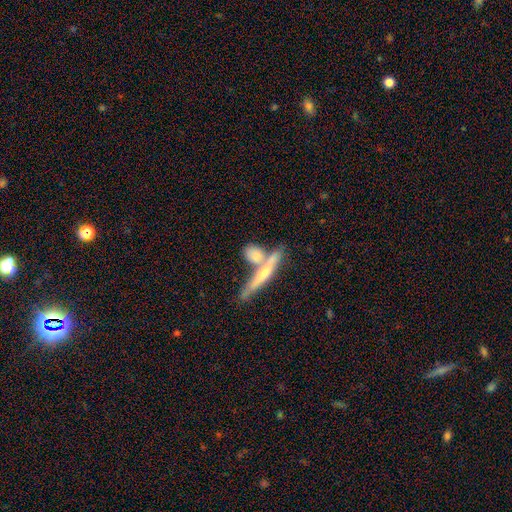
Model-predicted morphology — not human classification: This appears to be a smooth galaxy with no disk features (58%) that is cigar-shaped (55%). Merging: none (50%).